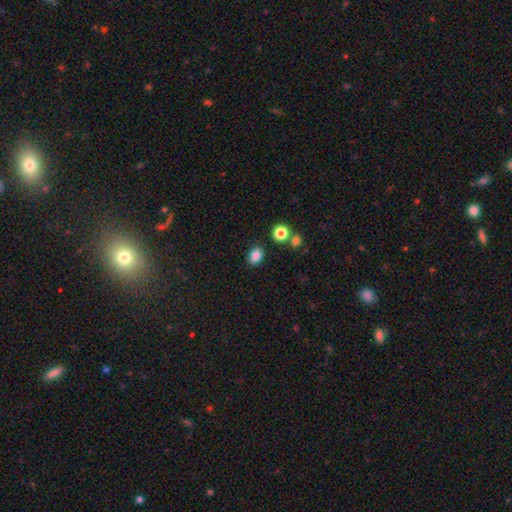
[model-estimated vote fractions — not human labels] smooth-or-featured: smooth: 84% | star or artifact: 11% | featured or disk: 5%
  how-rounded: in between: 69% | round: 29% | cigar-shaped: 1%
  merging: none: 85% | minor disturbance: 9% | merger: 4% | major disturbance: 2%